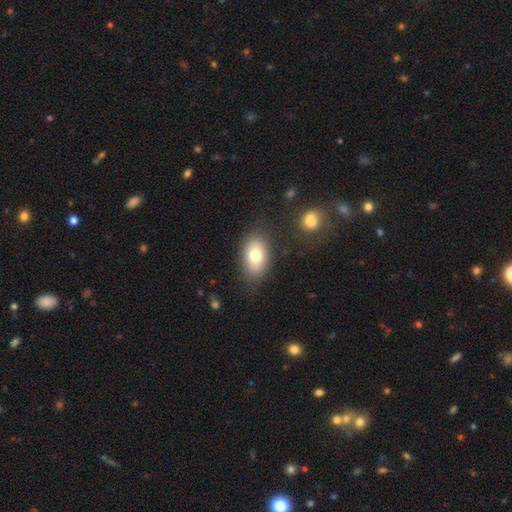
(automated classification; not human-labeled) Smooth or featured: smooth — 76% (featured or disk — 16%)
How rounded: in between — 87% (round — 12%)
Merging: none — 81% (minor disturbance — 12%)